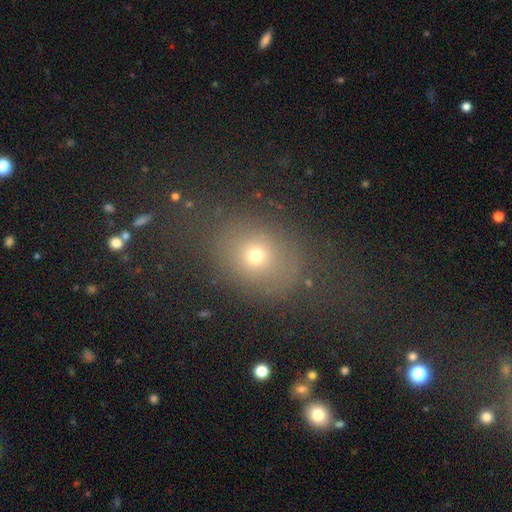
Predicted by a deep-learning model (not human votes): Overall: smooth (67%). How rounded: round (55%; in between 43%). Merging: none (71%).